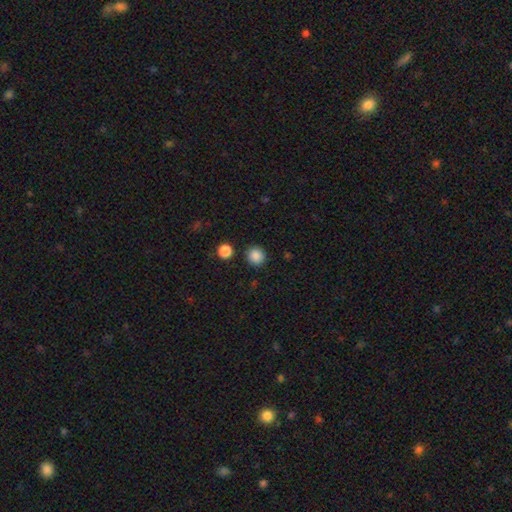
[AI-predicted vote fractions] Smooth or featured? smooth (87%)
How rounded? round (92%)
Merging? none (90%)